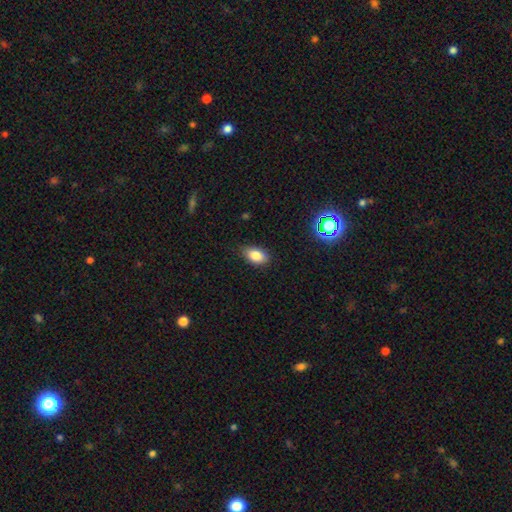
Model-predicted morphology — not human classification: This appears to be a smooth galaxy with no disk features (83%) that is in between round and cigar-shaped (89%). Merging: none (81%).